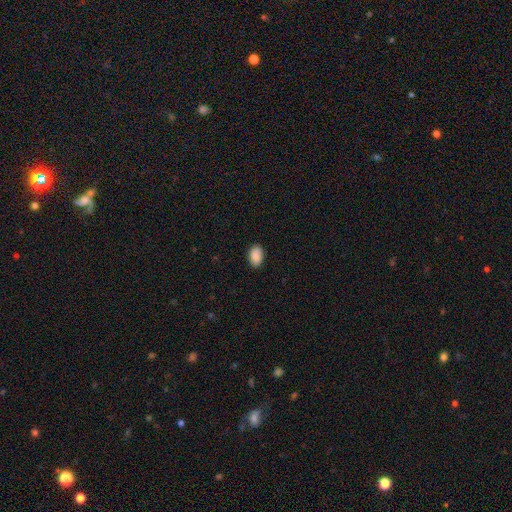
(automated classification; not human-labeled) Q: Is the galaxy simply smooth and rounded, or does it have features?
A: smooth — 89%.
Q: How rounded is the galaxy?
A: in between — 90%.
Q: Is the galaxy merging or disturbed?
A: none — 87%.